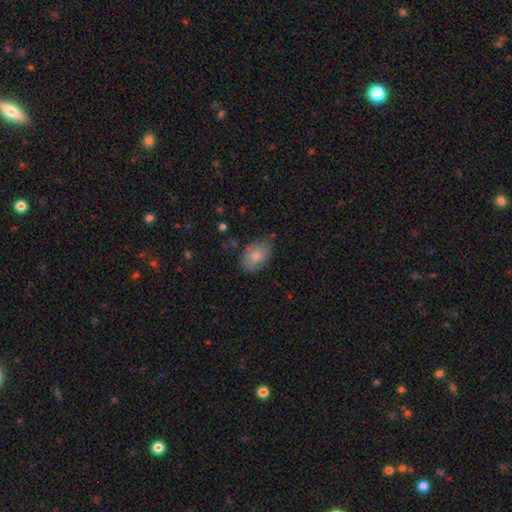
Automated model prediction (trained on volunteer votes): This appears to be a smooth galaxy with no disk features (74%) that is in between round and cigar-shaped (88%). Merging: none (73%).